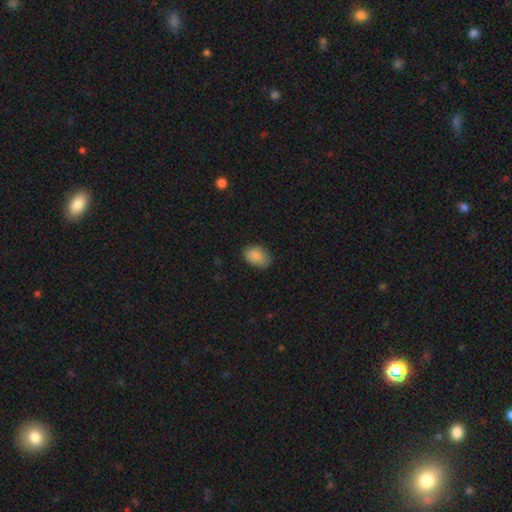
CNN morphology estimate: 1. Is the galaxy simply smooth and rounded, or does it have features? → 86% smooth, 8% star or artifact, 5% featured or disk.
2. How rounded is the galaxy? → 81% in between, 18% round, 1% cigar-shaped.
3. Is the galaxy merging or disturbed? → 66% none, 27% minor disturbance, 5% major disturbance, 1% merger.